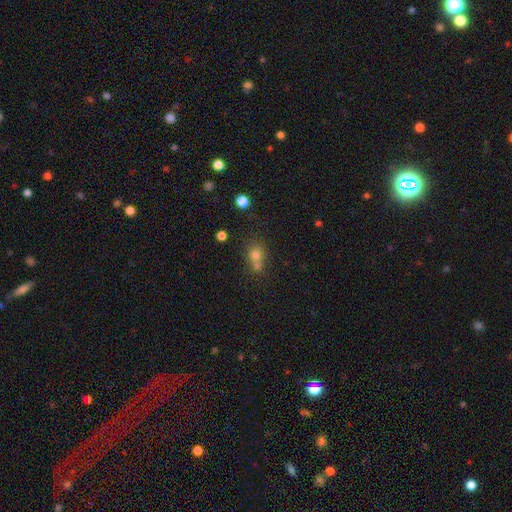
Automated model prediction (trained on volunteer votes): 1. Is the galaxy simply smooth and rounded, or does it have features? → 67% smooth, 20% star or artifact, 12% featured or disk.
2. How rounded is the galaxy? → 74% round, 24% in between, 1% cigar-shaped.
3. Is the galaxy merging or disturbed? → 46% none, 42% merger, 9% minor disturbance, 4% major disturbance.